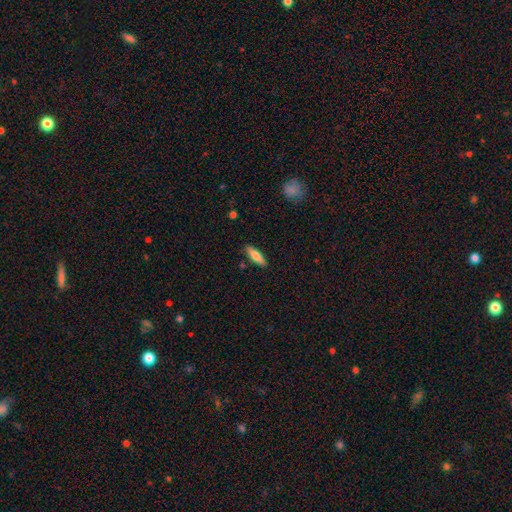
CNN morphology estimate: Overall: smooth (76%). How rounded: cigar-shaped (55%; in between 43%). Merging: none (86%).